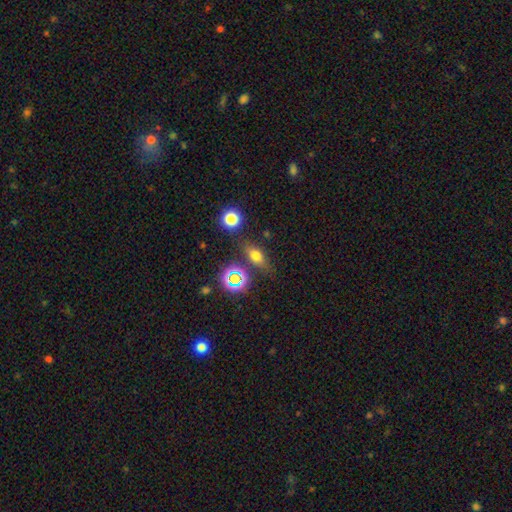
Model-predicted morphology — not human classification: Smooth or featured? smooth (62%)
How rounded? in between (63%)
Merging? none (75%)